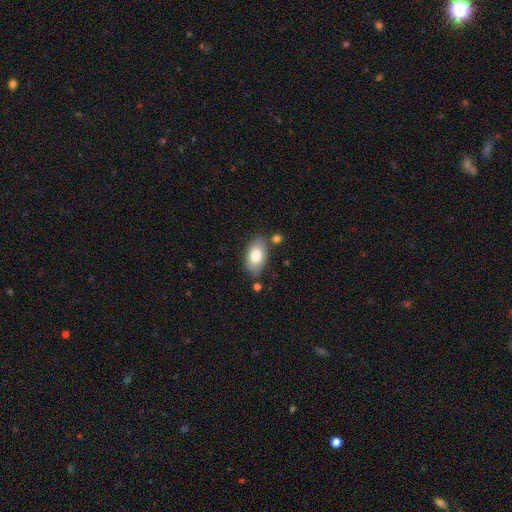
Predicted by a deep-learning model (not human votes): The model was most divided on "merging": none: 76%, minor disturbance: 15%, merger: 6%, major disturbance: 3%. More confident: how rounded — in between (93%); smooth or featured — smooth (78%).